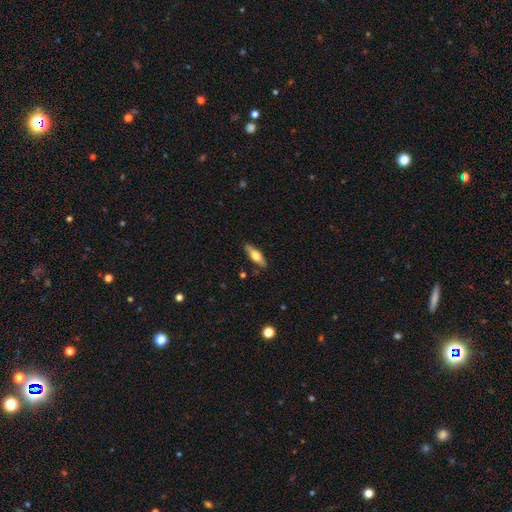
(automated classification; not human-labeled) smooth-or-featured: smooth: 56% | featured or disk: 38% | star or artifact: 6%
  how-rounded: in between: 50% | cigar-shaped: 48% | round: 2%
  merging: none: 85% | minor disturbance: 11% | major disturbance: 2% | merger: 2%